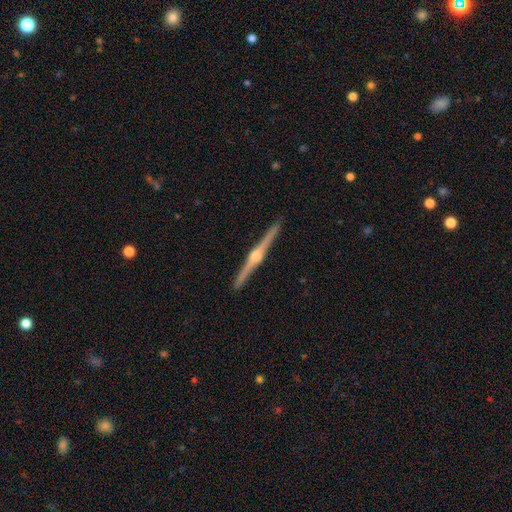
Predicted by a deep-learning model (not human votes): Morphology: type=featured or disk (88%); edge-on=yes (99%); edge-on bulge=rounded (92%); merging=none (93%).